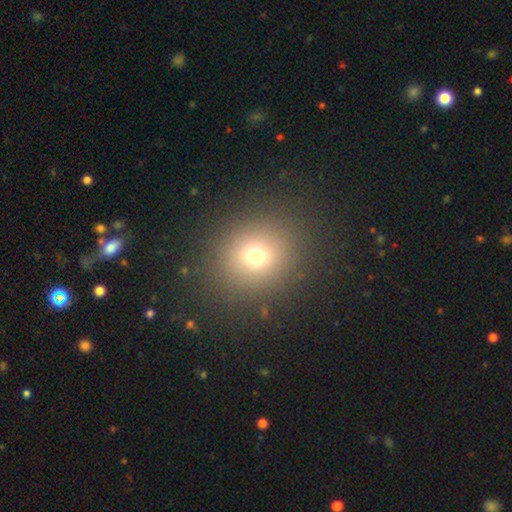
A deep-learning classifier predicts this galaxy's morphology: type=smooth (71%); roundness=round (81%); merging=none (88%).